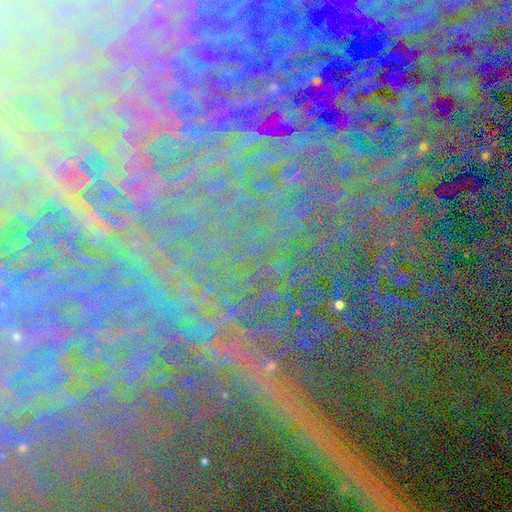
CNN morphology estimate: type=star or artifact (84%).